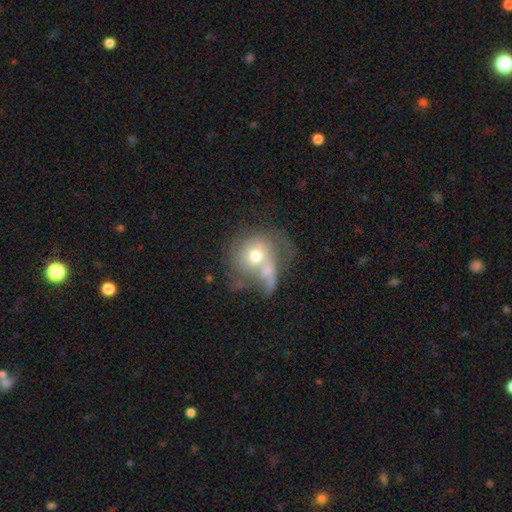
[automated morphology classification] type=smooth (52%); roundness=round (76%); merging=merger (46%).